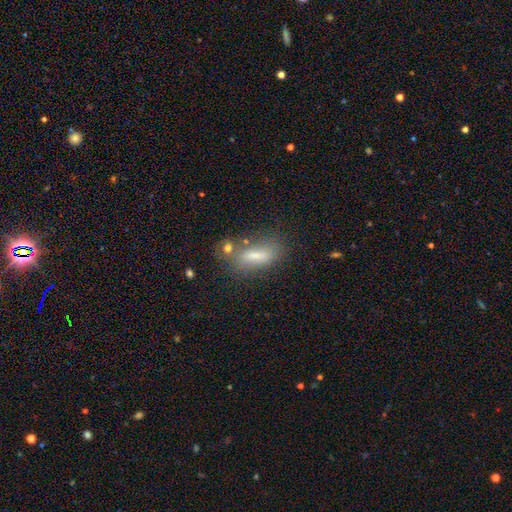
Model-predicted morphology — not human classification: Overall: smooth (67%). How rounded: in between (59%; cigar-shaped 37%). Merging: none (57%; minor disturbance 19%).